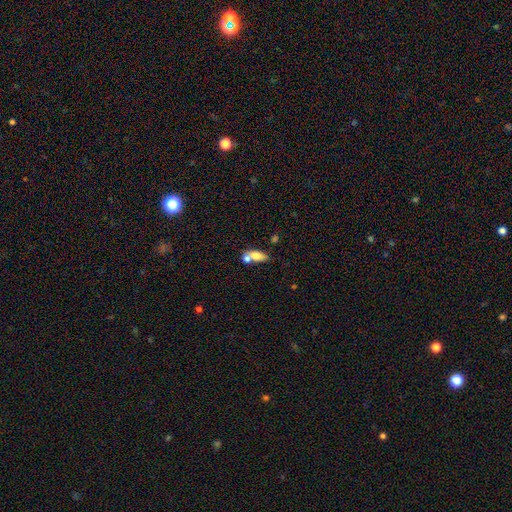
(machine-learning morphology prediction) This appears to be a smooth galaxy with no disk features (71%) that is in between round and cigar-shaped (78%). Merging: merger (47%).